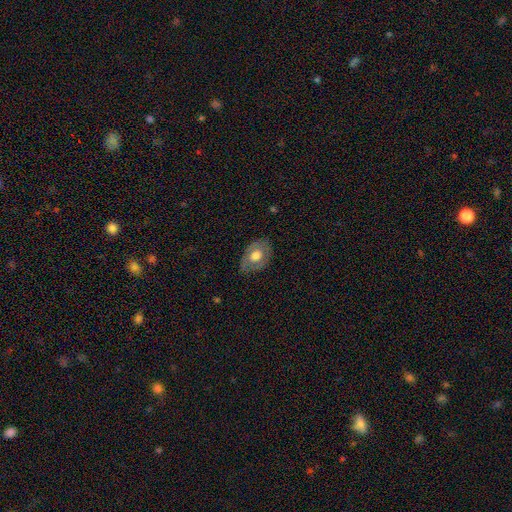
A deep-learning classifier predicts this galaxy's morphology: A smooth galaxy with no disk features (54%) that is in between round and cigar-shaped (80%). Merging: none (74%).